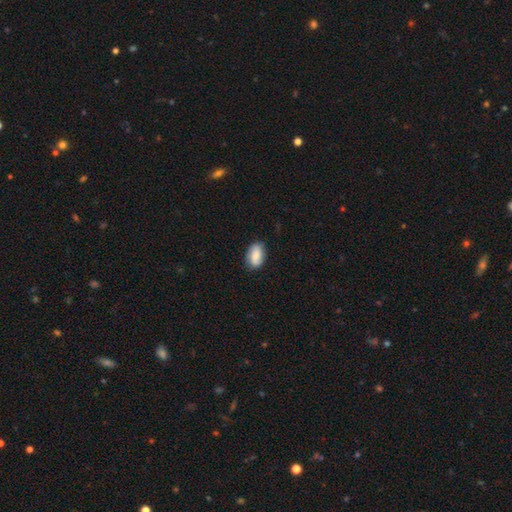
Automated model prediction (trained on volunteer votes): Smooth or featured? smooth (76%)
How rounded? in between (91%)
Merging? none (81%)